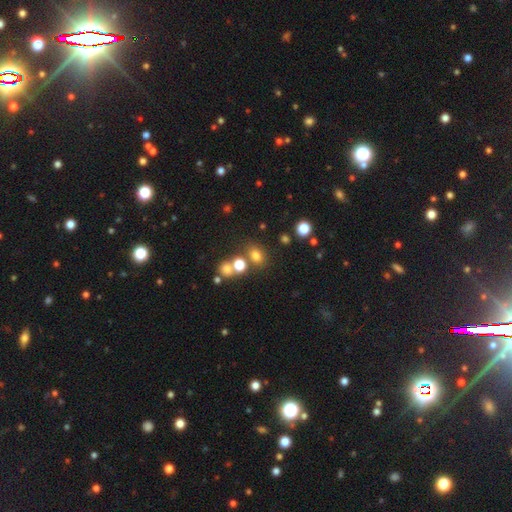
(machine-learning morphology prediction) A smooth galaxy with no disk features (74%) that is in between round and cigar-shaped (52%).

Vote fractions:
- Smooth or featured? smooth: 74% / star or artifact: 18% / featured or disk: 8%
- How rounded? in between: 52% / round: 47% / cigar-shaped: 1%
- Merging? none: 68% / merger: 17% / minor disturbance: 11% / major disturbance: 5%